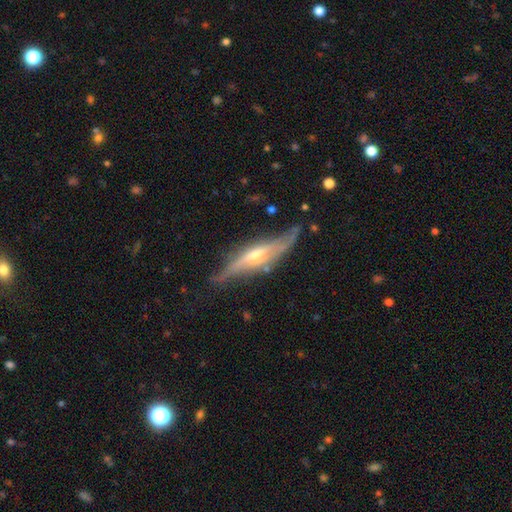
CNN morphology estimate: A featured or disk galaxy (78%) viewed edge-on (85%) with a rounded central bulge (78%). Merging: none (65%).